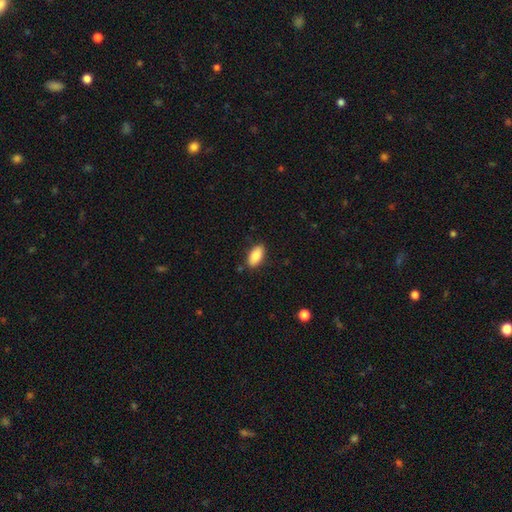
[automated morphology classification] smooth-or-featured: smooth: 88% | star or artifact: 6% | featured or disk: 6%
  how-rounded: in between: 90% | cigar-shaped: 7% | round: 2%
  merging: none: 86% | minor disturbance: 10% | major disturbance: 2% | merger: 1%